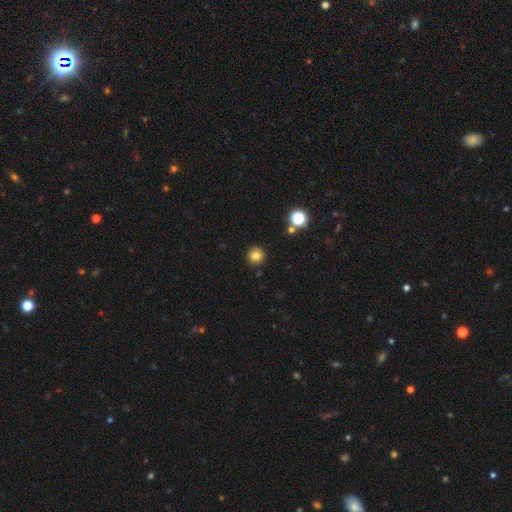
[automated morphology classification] type=smooth (81%); roundness=round (93%); merging=none (90%).